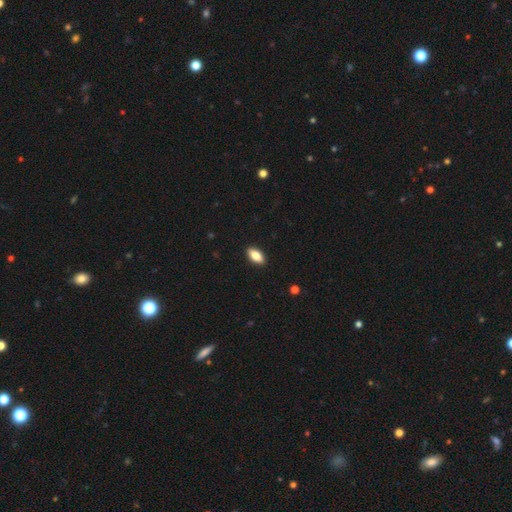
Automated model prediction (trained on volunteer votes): Smooth or featured: smooth — 82% (featured or disk — 11%)
How rounded: in between — 89% (cigar-shaped — 8%)
Merging: none — 90% (minor disturbance — 7%)